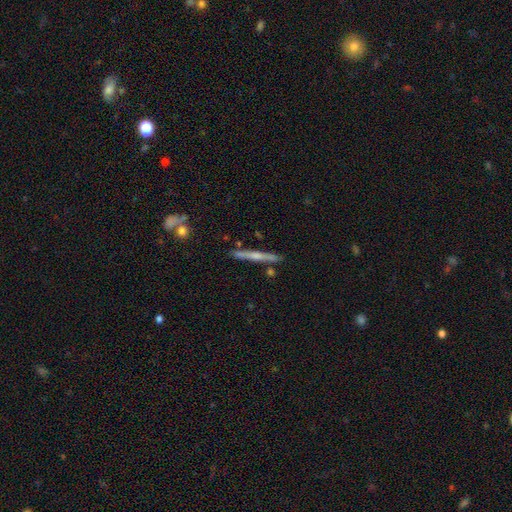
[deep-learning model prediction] Smooth or featured?
  - featured or disk: 61% *
  - smooth: 33%
  - star or artifact: 6%
Edge-on disk?
  - yes: 97% *
  - no: 3%
Edge-on bulge?
  - rounded: 59% *
  - none: 32%
  - boxy: 9%
Merging?
  - none: 87% *
  - minor disturbance: 8%
  - merger: 3%
  - major disturbance: 2%